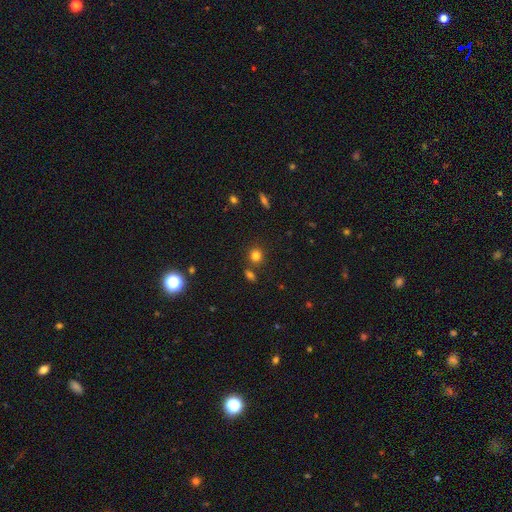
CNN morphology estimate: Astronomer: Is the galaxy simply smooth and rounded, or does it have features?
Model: smooth — 79%.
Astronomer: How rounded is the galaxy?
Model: round — 83%.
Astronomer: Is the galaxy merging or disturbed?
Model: none — 75%.